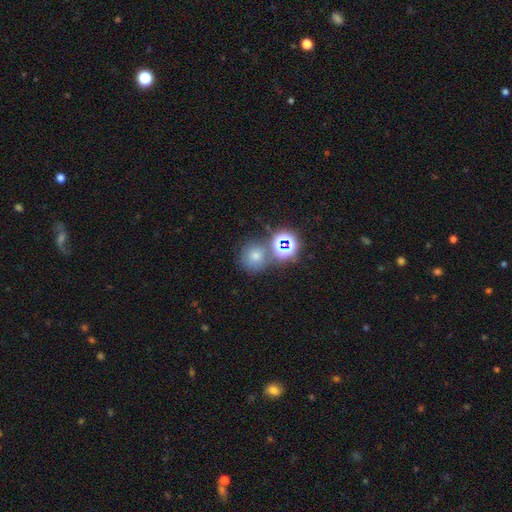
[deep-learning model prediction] This appears to be a smooth galaxy with no disk features (50%). Merging: none (69%).